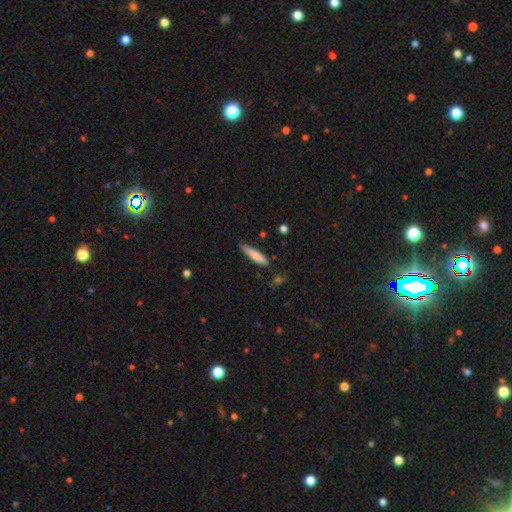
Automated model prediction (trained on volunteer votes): A smooth galaxy with no disk features (79%) that is cigar-shaped (83%). Merging: none (73%).